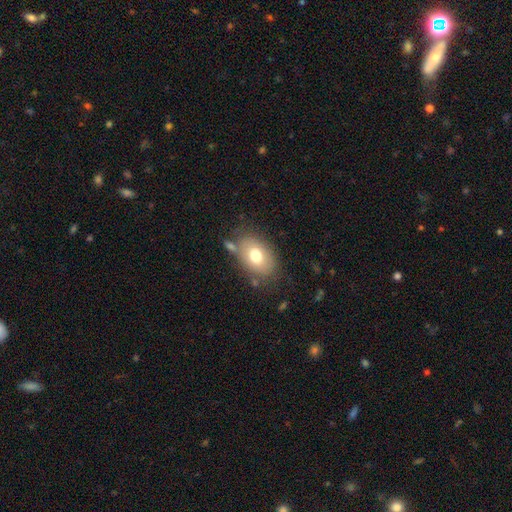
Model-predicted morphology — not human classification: Overall: smooth (73%). How rounded: in between (82%). Merging: none (70%).